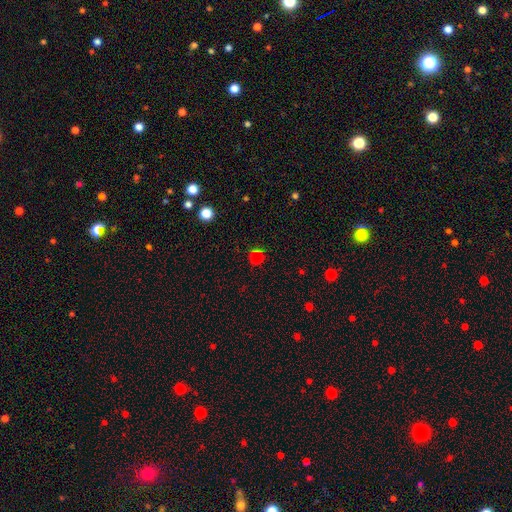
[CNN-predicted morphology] This is likely a smooth galaxy (68%). How rounded: clearly round (91%). Merging: likely none (79%).